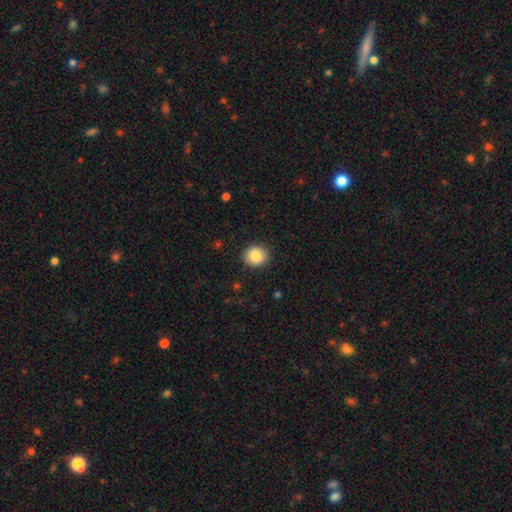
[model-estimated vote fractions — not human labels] smooth 87%, star or artifact 8%, featured or disk 5%. Down the decision tree: how rounded — round (82%); merging — none (90%).